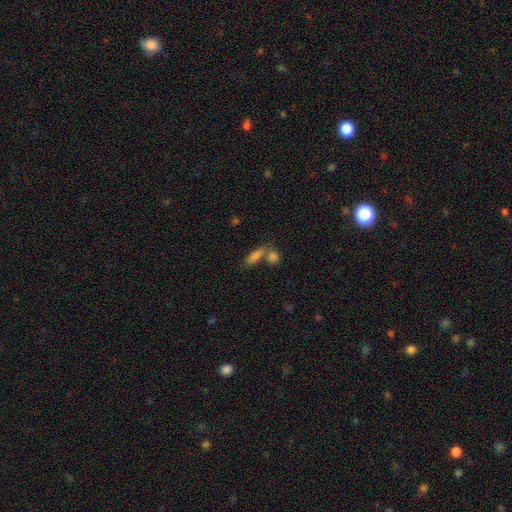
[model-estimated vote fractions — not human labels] smooth 78%, star or artifact 12%, featured or disk 10%. Down the decision tree: how rounded — in between (58%); merging — none (47%).